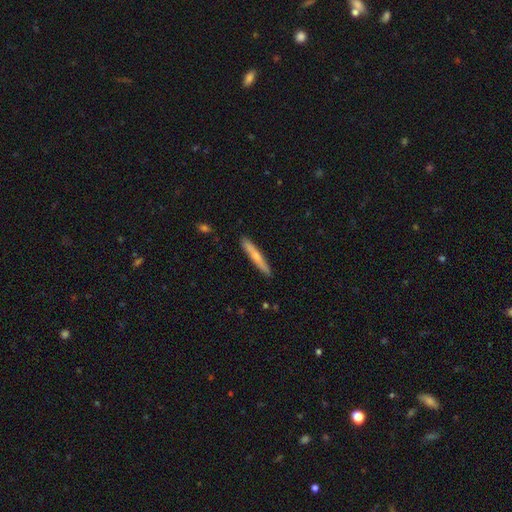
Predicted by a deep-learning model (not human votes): A smooth galaxy with no disk features (55%) that is cigar-shaped (95%).

Vote fractions:
- Smooth or featured? smooth: 55% / featured or disk: 39% / star or artifact: 6%
- How rounded? cigar-shaped: 95% / in between: 4% / round: 1%
- Merging? none: 89% / minor disturbance: 8% / major disturbance: 1% / merger: 1%